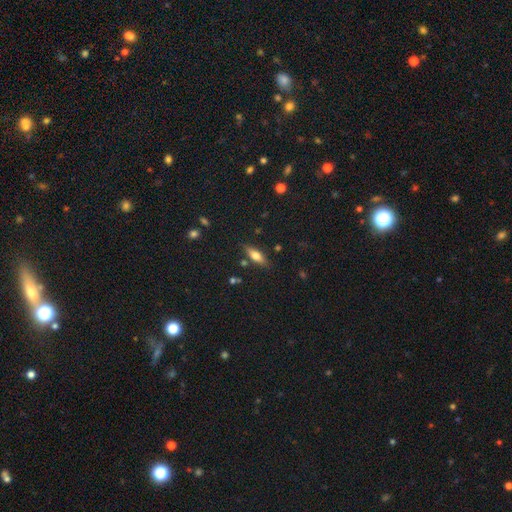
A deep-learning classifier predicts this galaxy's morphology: This appears to be a smooth galaxy with no disk features (59%) that is in between round and cigar-shaped (59%). Merging: none (82%).